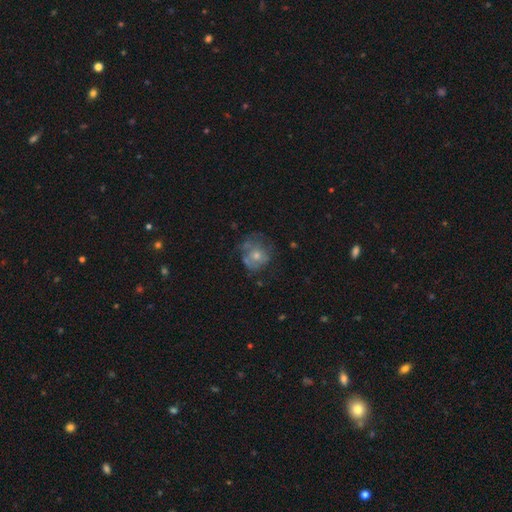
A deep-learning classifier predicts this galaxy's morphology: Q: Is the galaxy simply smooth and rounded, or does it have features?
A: featured or disk — 47%.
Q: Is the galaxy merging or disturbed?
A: none — 46%.